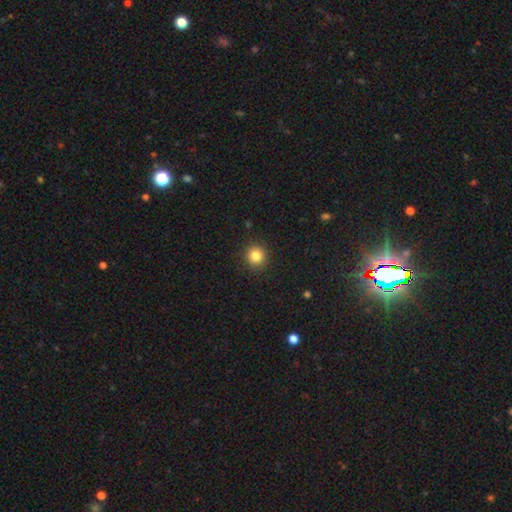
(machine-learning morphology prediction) Smooth or featured? smooth (83%)
How rounded? round (91%)
Merging? none (91%)